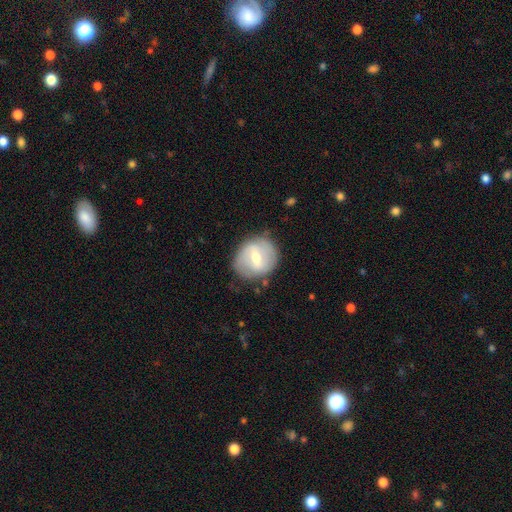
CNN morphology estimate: type=featured or disk (58%); edge-on=no (94%); bar=weak (48%); spiral arms=yes (51%); bulge=moderate (60%); merging=none (78%).